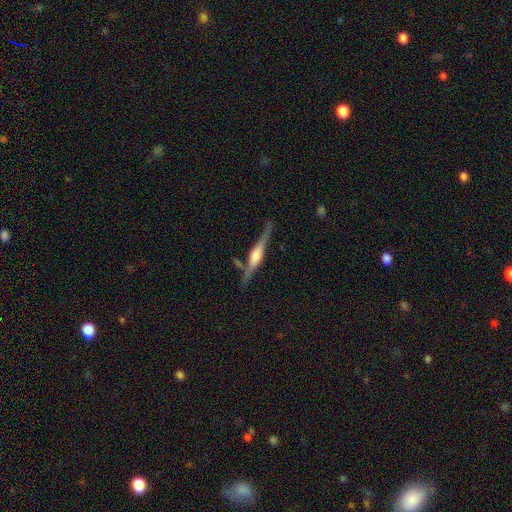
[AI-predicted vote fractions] A featured or disk galaxy (81%) viewed edge-on (98%) with a rounded central bulge (75%).

Vote fractions:
- Smooth or featured? featured or disk: 81% / smooth: 13% / star or artifact: 5%
- Edge-on disk? yes: 98% / no: 2%
- Edge-on bulge? rounded: 75% / boxy: 20% / none: 5%
- Merging? none: 78% / minor disturbance: 13% / merger: 5% / major disturbance: 3%